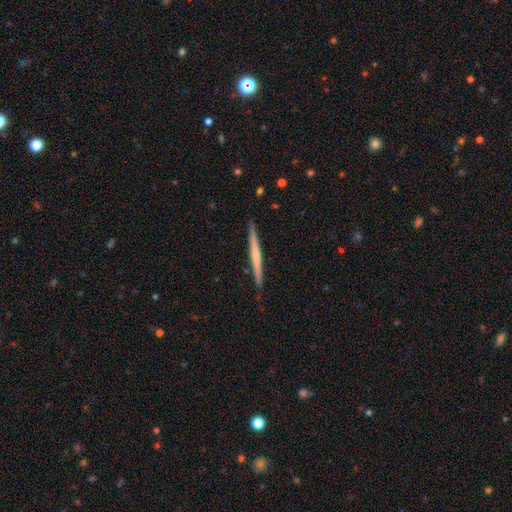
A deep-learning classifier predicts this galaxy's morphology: featured or disk 52%, smooth 42%, star or artifact 5%. Down the decision tree: edge-on disk — yes (98%); edge-on bulge — none (69%); merging — none (90%).